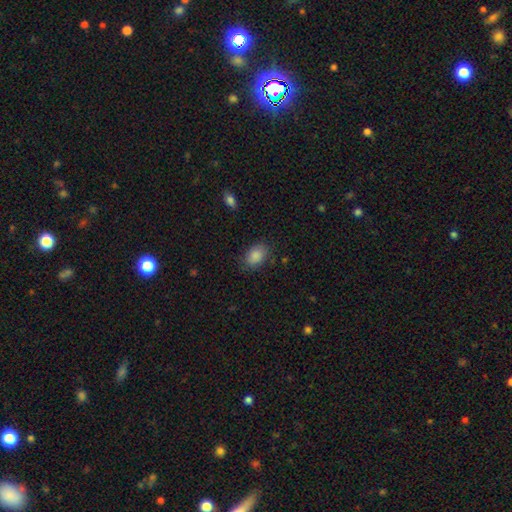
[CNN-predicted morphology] Q: Smooth or featured?
A: smooth (88%); runner-up: star or artifact (8%)
Q: How rounded?
A: in between (82%); runner-up: round (17%)
Q: Merging?
A: none (80%); runner-up: minor disturbance (15%)